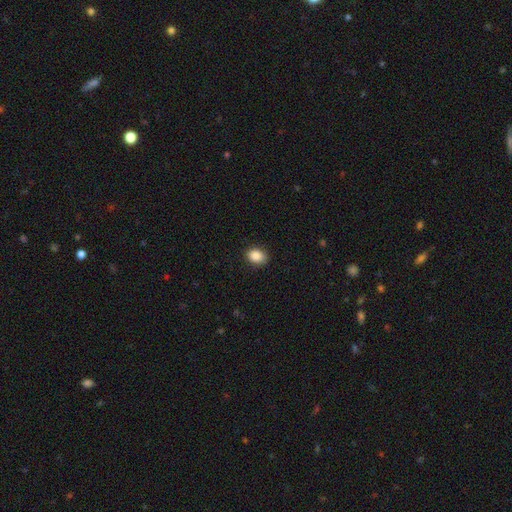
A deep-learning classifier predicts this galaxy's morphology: This appears to be a smooth galaxy with no disk features (88%) that is in between round and cigar-shaped (69%). Merging: none (87%).